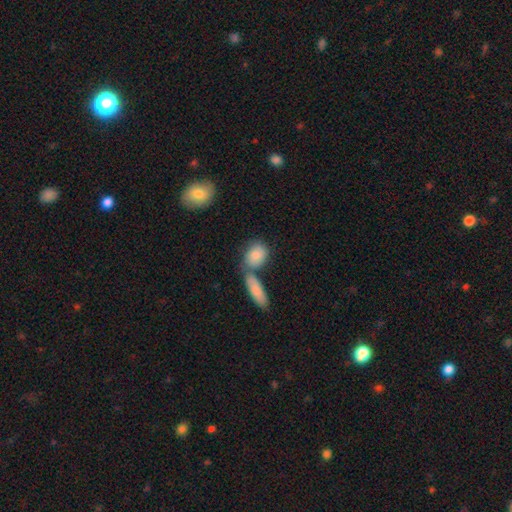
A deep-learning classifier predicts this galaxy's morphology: smooth 80%, featured or disk 12%, star or artifact 8%. Down the decision tree: how rounded — in between (65%); merging — none (51%).